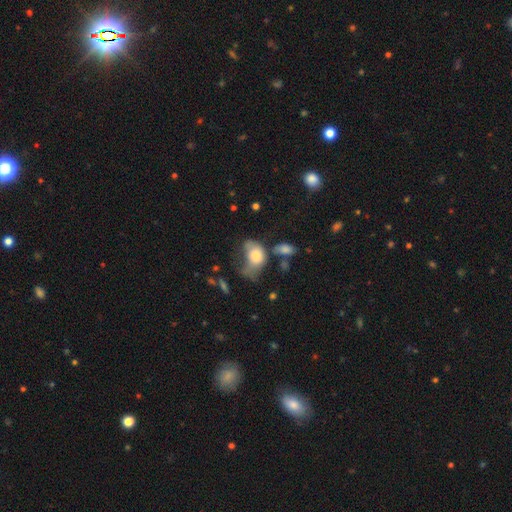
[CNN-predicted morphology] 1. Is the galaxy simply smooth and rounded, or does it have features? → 70% smooth, 22% featured or disk, 8% star or artifact.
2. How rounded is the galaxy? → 74% in between, 24% round, 2% cigar-shaped.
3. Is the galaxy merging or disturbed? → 45% major disturbance, 24% minor disturbance, 16% none, 15% merger.